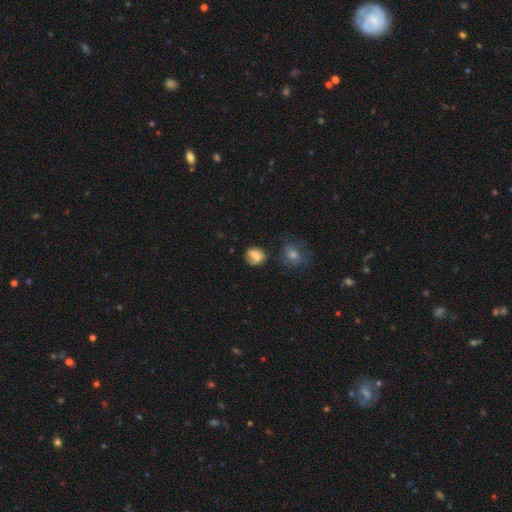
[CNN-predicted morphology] type=smooth (70%); roundness=round (61%); merging=none (55%).